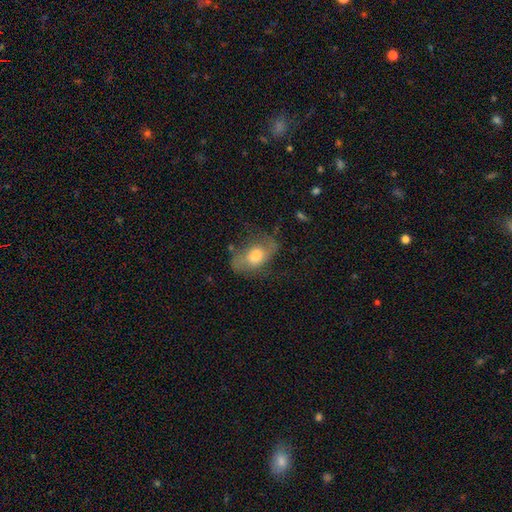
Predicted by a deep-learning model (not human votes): A smooth galaxy with no disk features (46%). Merging: none (51%).